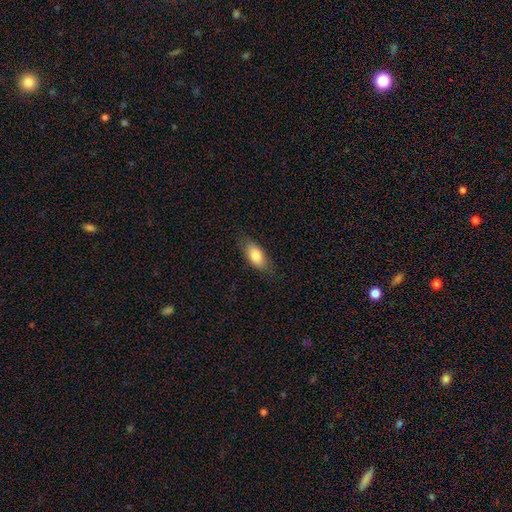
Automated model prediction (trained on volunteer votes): Q: Smooth or featured?
A: smooth (81%); runner-up: featured or disk (12%)
Q: How rounded?
A: in between (88%); runner-up: cigar-shaped (9%)
Q: Merging?
A: none (80%); runner-up: minor disturbance (15%)